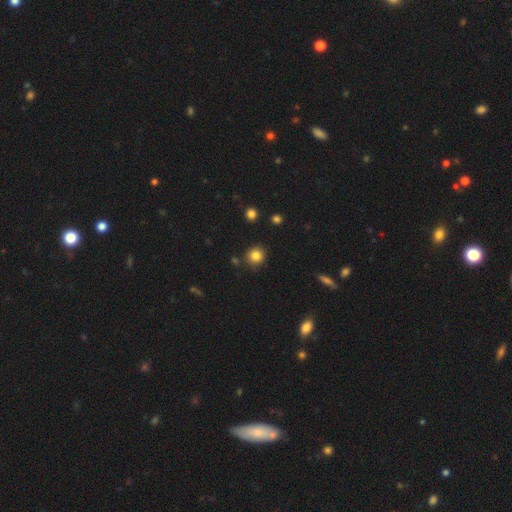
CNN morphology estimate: Overall: smooth (83%). How rounded: round (91%). Merging: none (87%).